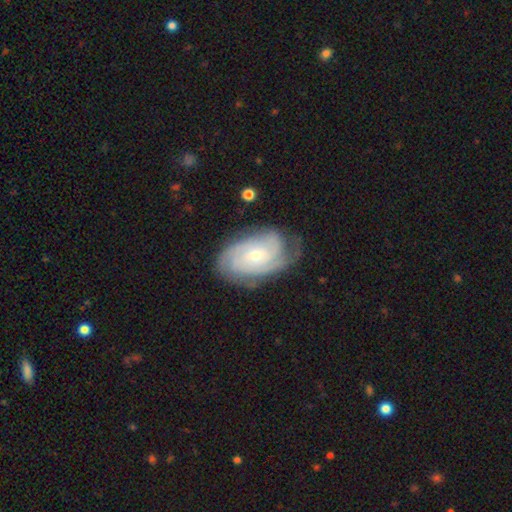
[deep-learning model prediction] Q: Smooth or featured?
A: featured or disk (85%); runner-up: smooth (10%)
Q: Edge-on disk?
A: no (97%); runner-up: yes (3%)
Q: Bar?
A: no (73%); runner-up: weak (22%)
Q: Spiral arms?
A: yes (97%); runner-up: no (3%)
Q: Spiral winding?
A: tight (70%); runner-up: medium (25%)
Q: Spiral arm count?
A: 3 (29%); runner-up: can't tell (25%)
Q: Bulge size?
A: small (66%); runner-up: moderate (31%)
Q: Merging?
A: none (72%); runner-up: minor disturbance (20%)